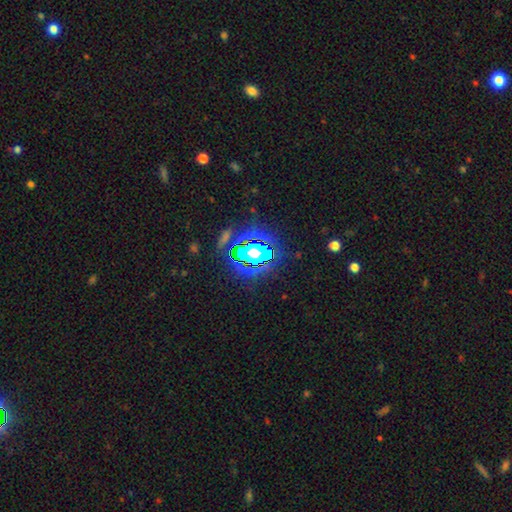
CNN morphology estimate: Overall: star or artifact (69%).